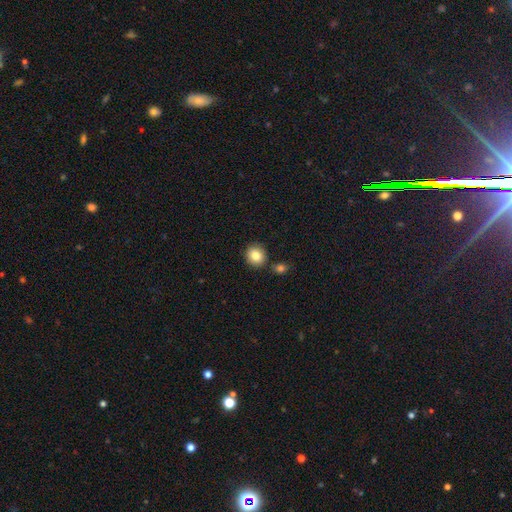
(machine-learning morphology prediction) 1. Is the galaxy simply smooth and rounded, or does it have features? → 83% smooth, 9% star or artifact, 7% featured or disk.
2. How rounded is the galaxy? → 84% round, 15% in between, 1% cigar-shaped.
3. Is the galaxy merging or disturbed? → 82% none, 8% minor disturbance, 8% merger, 2% major disturbance.